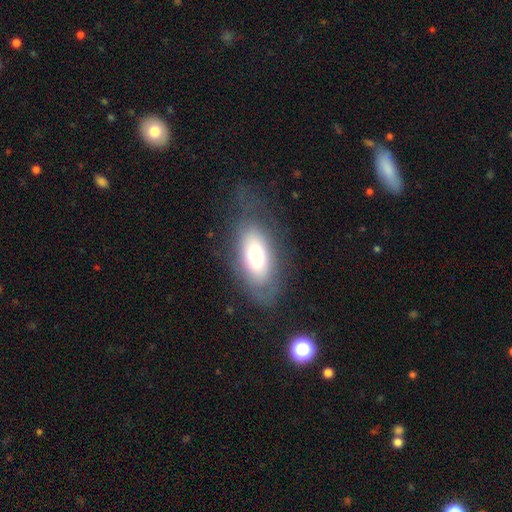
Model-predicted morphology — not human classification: Smooth or featured? Predicted: smooth (p=0.61). How rounded? Predicted: in between (p=0.87). Merging? Predicted: none (p=0.61).